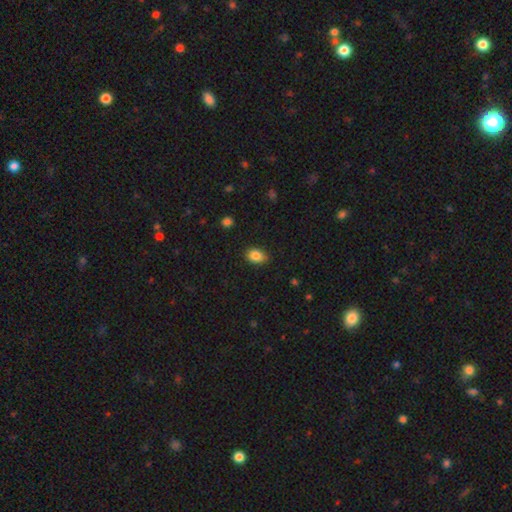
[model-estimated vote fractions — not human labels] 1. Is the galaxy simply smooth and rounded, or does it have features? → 85% smooth, 9% star or artifact, 6% featured or disk.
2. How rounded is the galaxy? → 76% in between, 22% round, 1% cigar-shaped.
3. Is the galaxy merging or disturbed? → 83% none, 14% minor disturbance, 2% major disturbance, 1% merger.